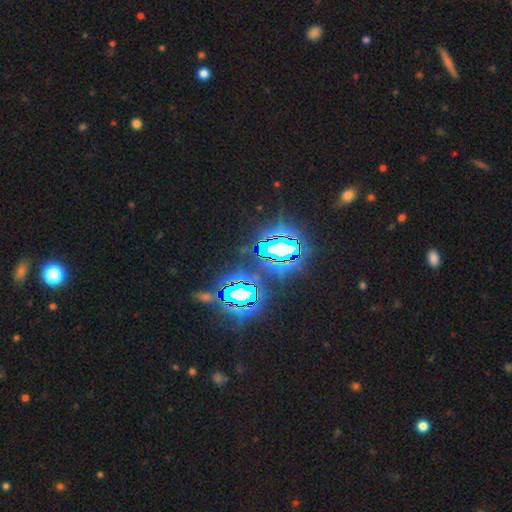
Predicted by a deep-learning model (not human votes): This is clearly a star or artifact rather than a galaxy (84%).